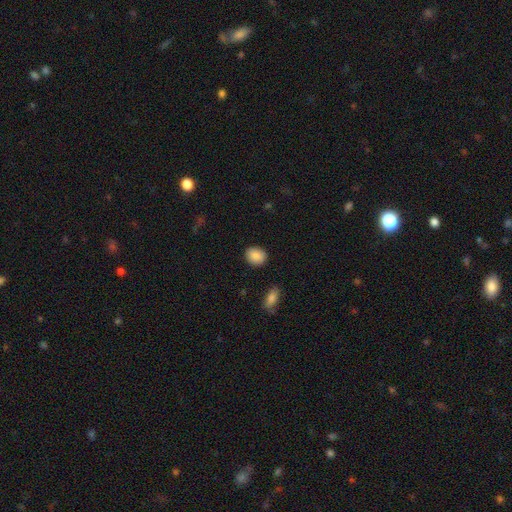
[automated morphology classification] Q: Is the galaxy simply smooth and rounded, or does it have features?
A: smooth — 88%.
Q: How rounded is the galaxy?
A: round — 61%.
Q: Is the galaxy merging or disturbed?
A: none — 89%.